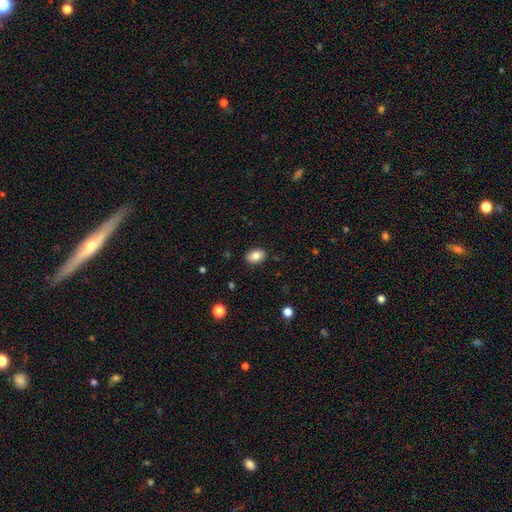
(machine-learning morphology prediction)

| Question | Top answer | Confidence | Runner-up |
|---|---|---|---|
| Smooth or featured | smooth | 83% | featured or disk (9%) |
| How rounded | in between | 83% | round (16%) |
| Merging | none | 88% | minor disturbance (9%) |